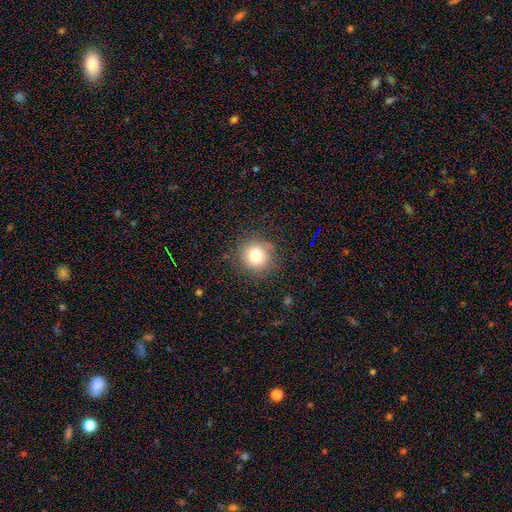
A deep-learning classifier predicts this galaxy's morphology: Smooth or featured? smooth (78%)
How rounded? round (91%)
Merging? none (85%)